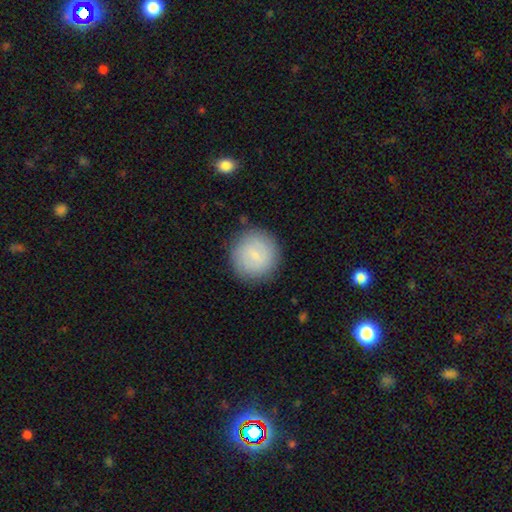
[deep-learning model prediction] The model was most divided on "smooth or featured": smooth: 71%, featured or disk: 22%, star or artifact: 7%. More confident: how rounded — round (94%); merging — none (87%).